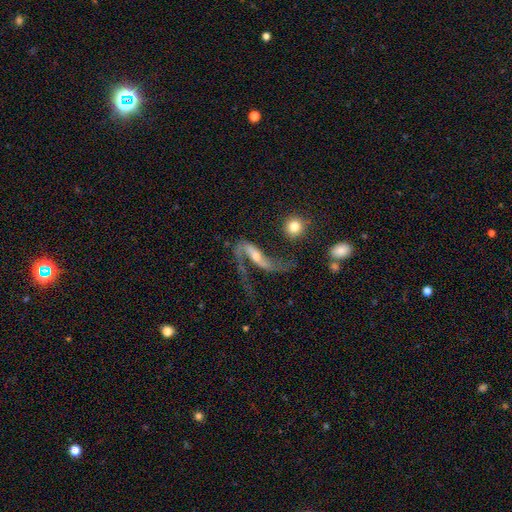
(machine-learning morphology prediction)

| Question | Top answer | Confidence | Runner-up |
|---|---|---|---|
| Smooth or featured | featured or disk | 79% | smooth (12%) |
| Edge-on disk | no | 85% | yes (15%) |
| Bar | no | 36% | strong (33%) |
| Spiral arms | yes | 87% | no (13%) |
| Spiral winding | loose | 80% | medium (15%) |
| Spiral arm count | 2 | 74% | 1 (19%) |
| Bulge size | small | 48% | moderate (41%) |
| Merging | major disturbance | 41% | none (33%) |